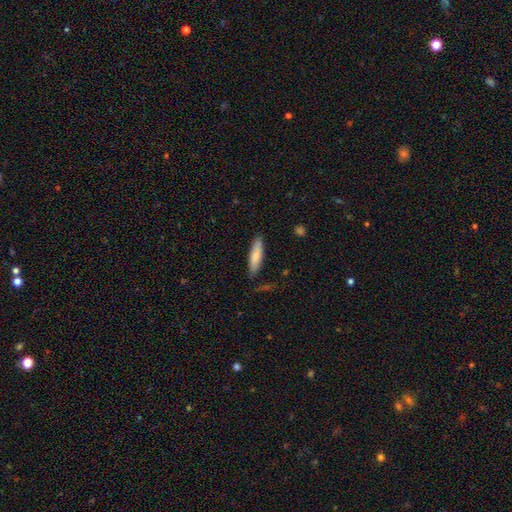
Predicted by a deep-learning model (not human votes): Q: Smooth or featured?
A: smooth (76%); runner-up: featured or disk (18%)
Q: How rounded?
A: cigar-shaped (72%); runner-up: in between (27%)
Q: Merging?
A: none (83%); runner-up: minor disturbance (13%)